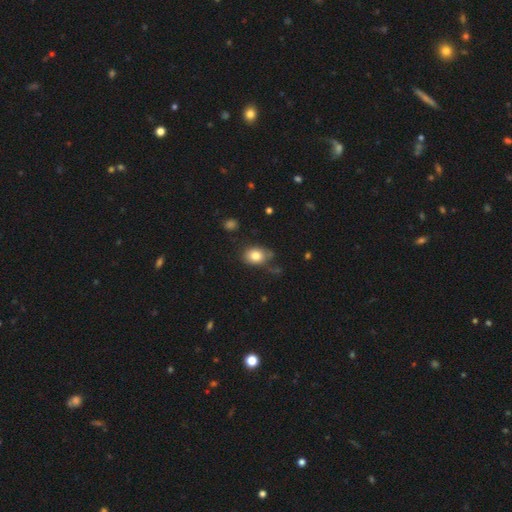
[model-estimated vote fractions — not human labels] Overall: smooth (80%). How rounded: in between (59%; round 40%). Merging: none (64%).